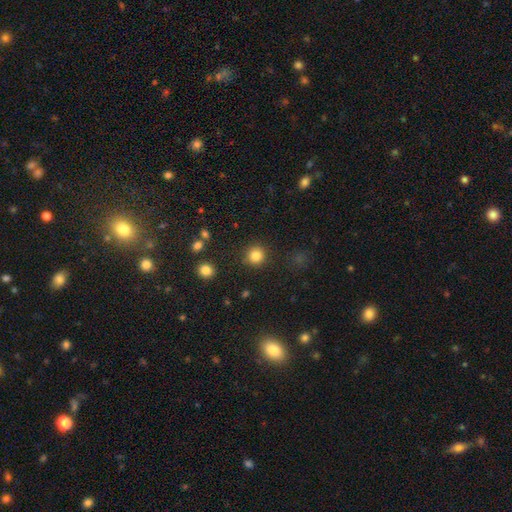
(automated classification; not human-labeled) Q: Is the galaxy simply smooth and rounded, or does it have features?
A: smooth — 84%.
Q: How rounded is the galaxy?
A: round — 93%.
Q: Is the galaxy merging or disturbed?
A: none — 89%.